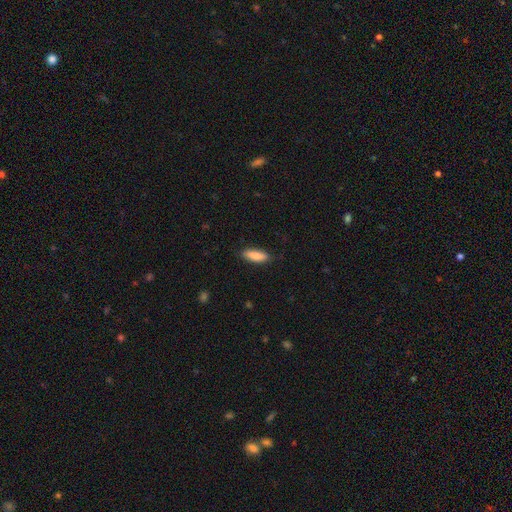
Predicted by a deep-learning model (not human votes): This is clearly a smooth galaxy (87%). How rounded: possibly in between (58%). Merging: clearly none (85%).